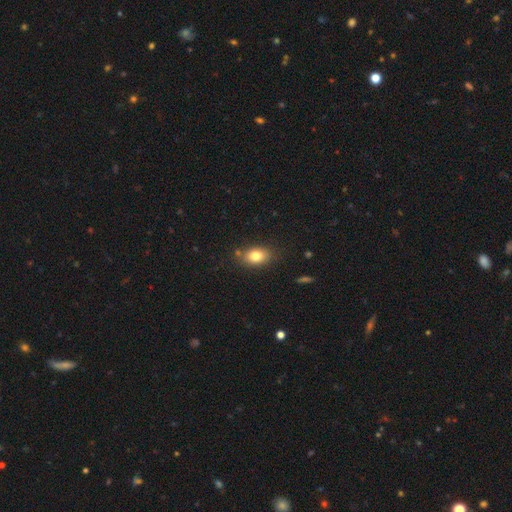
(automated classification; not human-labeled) A smooth galaxy with no disk features (80%) that is in between round and cigar-shaped (80%). Merging: none (80%).